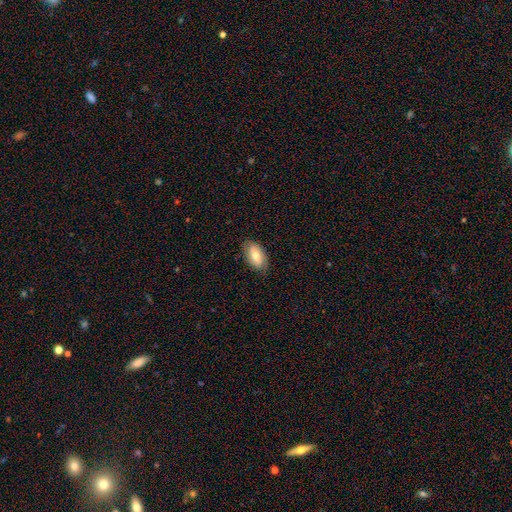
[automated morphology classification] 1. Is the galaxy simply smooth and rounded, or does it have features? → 67% smooth, 26% featured or disk, 6% star or artifact.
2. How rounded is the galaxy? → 93% in between, 4% round, 3% cigar-shaped.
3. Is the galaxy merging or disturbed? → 80% none, 16% minor disturbance, 3% major disturbance, 1% merger.